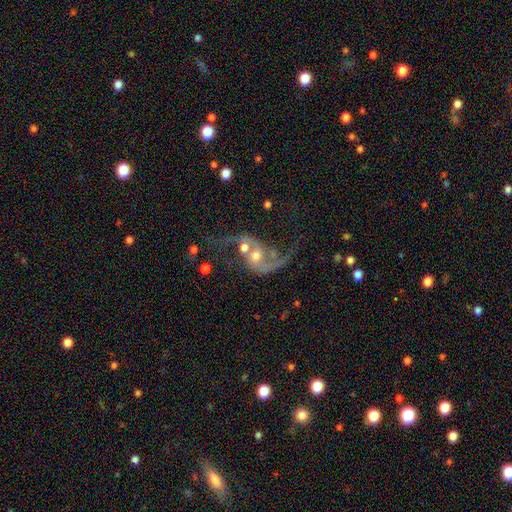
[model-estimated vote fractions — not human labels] Smooth or featured: featured or disk — 81% (smooth — 10%)
Edge-on disk: no — 97% (yes — 3%)
Bar: no — 60% (weak — 29%)
Spiral arms: yes — 88% (no — 12%)
Spiral winding: loose — 81% (medium — 16%)
Spiral arm count: 2 — 77% (1 — 15%)
Bulge size: moderate — 55% (small — 32%)
Merging: merger — 43% (none — 27%)